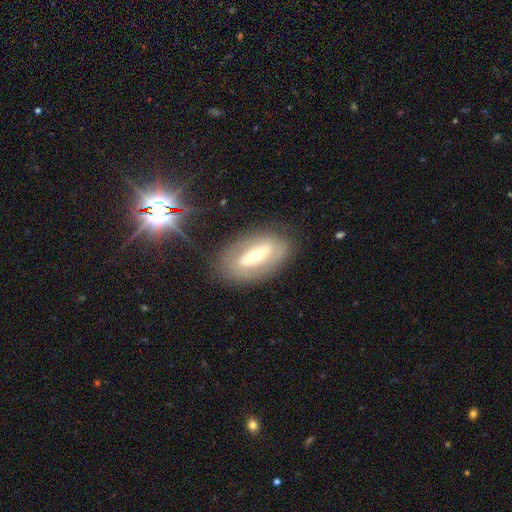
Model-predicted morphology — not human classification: smooth-or-featured: featured or disk: 65% | smooth: 27% | star or artifact: 7%
  disk-edge-on: no: 82% | yes: 18%
    bar: strong: 54% | weak: 25% | no: 21%
    has-spiral-arms: no: 54% | yes: 46%
    bulge-size: moderate: 59% | small: 32% | large: 6% | dominant: 1% | none: 1%
  merging: none: 77% | minor disturbance: 14% | major disturbance: 7% | merger: 2%